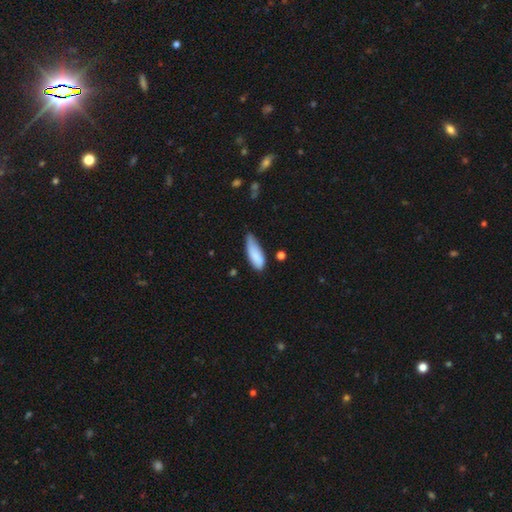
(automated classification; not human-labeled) Smooth or featured? smooth (84%)
How rounded? in between (68%)
Merging? minor disturbance (47%)